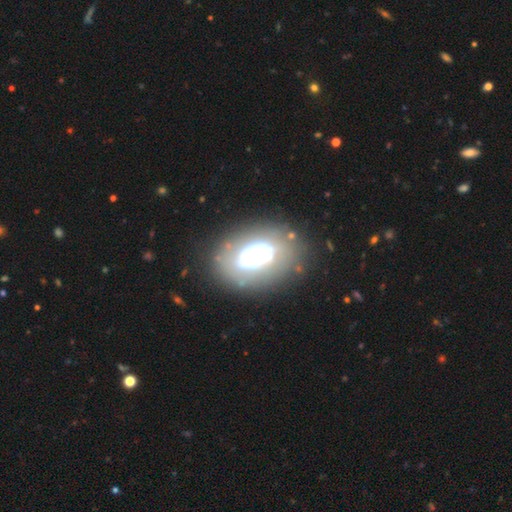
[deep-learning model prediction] smooth-or-featured: featured or disk: 65% | smooth: 27% | star or artifact: 8%
  disk-edge-on: no: 95% | yes: 5%
    bar: no: 83% | weak: 12% | strong: 6%
    has-spiral-arms: no: 67% | yes: 33%
    bulge-size: moderate: 43% | large: 31% | small: 17% | dominant: 7% | none: 2%
  merging: none: 67% | minor disturbance: 18% | major disturbance: 12% | merger: 3%